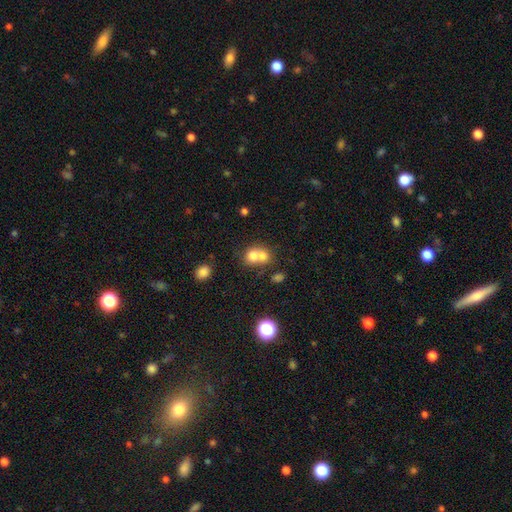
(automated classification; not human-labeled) smooth_or_featured: smooth (p=0.72) [alt: featured or disk p=0.16]
how_rounded: round (p=0.70) [alt: in between p=0.29]
merging: merger (p=0.66) [alt: none p=0.26]